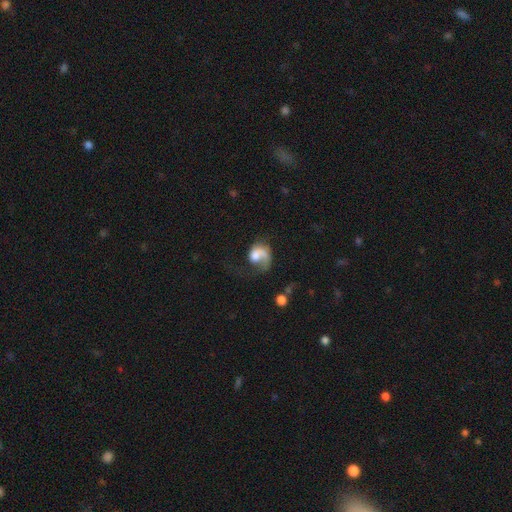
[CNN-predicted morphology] Q: Smooth or featured?
A: featured or disk (56%); runner-up: smooth (36%)
Q: Edge-on disk?
A: no (98%); runner-up: yes (2%)
Q: Bar?
A: no (75%); runner-up: weak (21%)
Q: Spiral arms?
A: yes (83%); runner-up: no (17%)
Q: Bulge size?
A: moderate (33%); runner-up: large (25%)
Q: Merging?
A: major disturbance (44%); runner-up: none (33%)